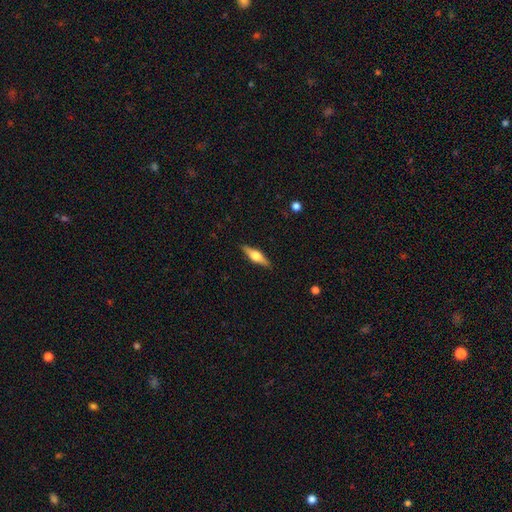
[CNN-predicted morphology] Overall: featured or disk (59%; smooth 35%). Edge-on disk: yes (96%). Edge-on bulge: rounded (92%). Merging: none (89%).